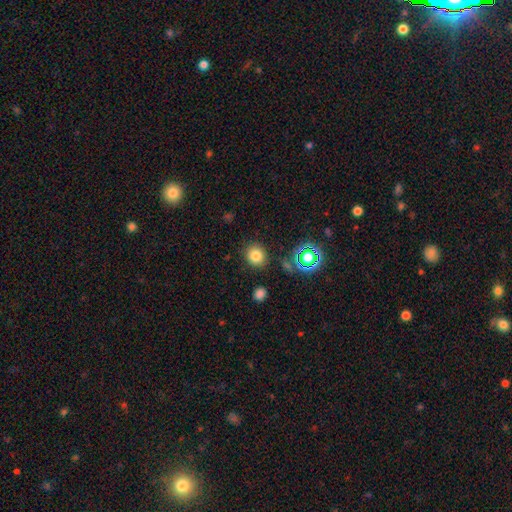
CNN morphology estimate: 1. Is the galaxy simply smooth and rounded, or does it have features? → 78% smooth, 16% star or artifact, 6% featured or disk.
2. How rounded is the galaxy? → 83% round, 16% in between, 1% cigar-shaped.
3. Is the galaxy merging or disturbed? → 86% none, 8% minor disturbance, 3% merger, 3% major disturbance.